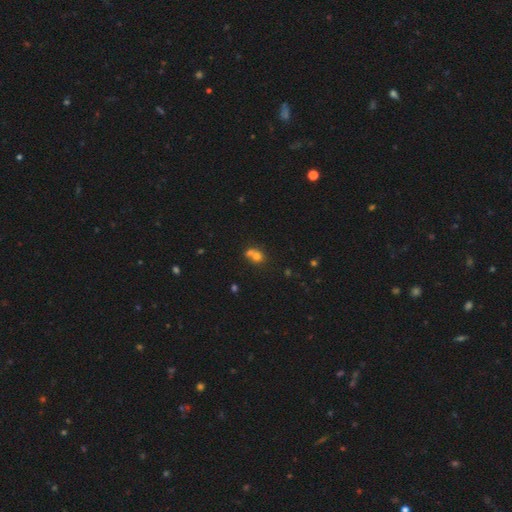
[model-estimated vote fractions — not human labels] A smooth galaxy with no disk features (68%) that is round (73%). Merging: merger (58%).